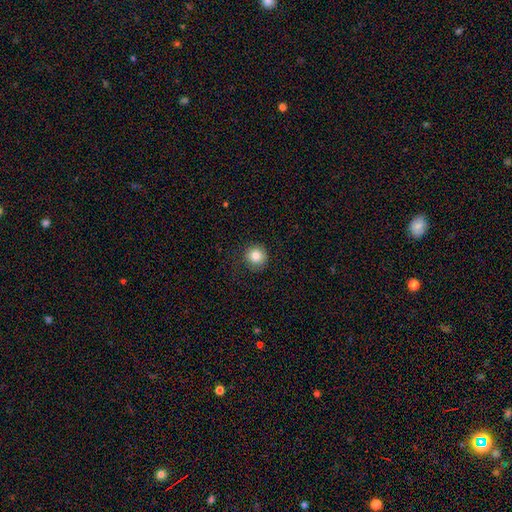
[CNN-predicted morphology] A smooth galaxy with no disk features (82%) that is round (94%).

Vote fractions:
- Smooth or featured? smooth: 82% / star or artifact: 10% / featured or disk: 8%
- How rounded? round: 94% / in between: 5% / cigar-shaped: 1%
- Merging? none: 84% / minor disturbance: 11% / major disturbance: 4% / merger: 1%